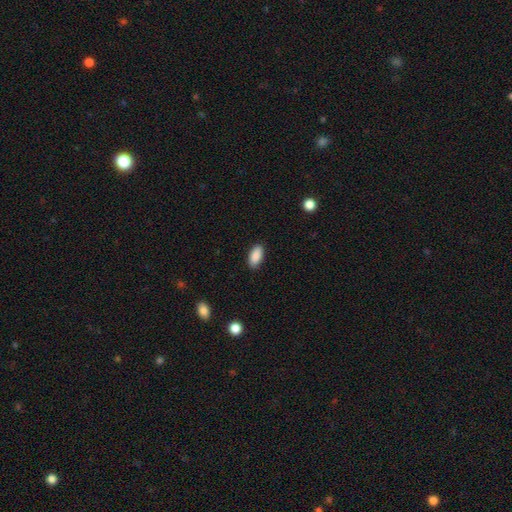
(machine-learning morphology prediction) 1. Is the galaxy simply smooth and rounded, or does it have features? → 90% smooth, 7% star or artifact, 4% featured or disk.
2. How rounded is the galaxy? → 92% in between, 6% cigar-shaped, 2% round.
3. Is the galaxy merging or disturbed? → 88% none, 9% minor disturbance, 2% major disturbance, 1% merger.